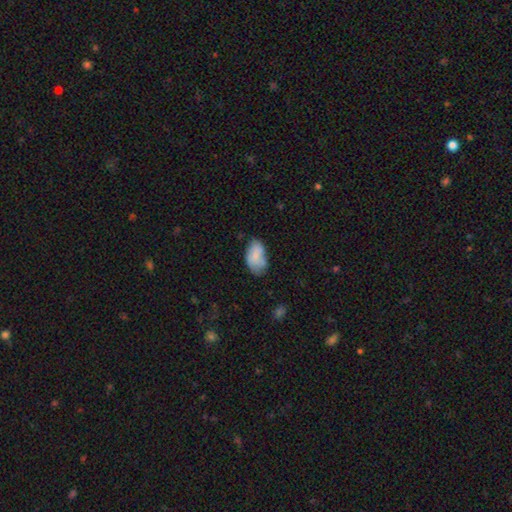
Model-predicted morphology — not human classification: Smooth or featured? smooth (73%)
How rounded? in between (93%)
Merging? none (48%)